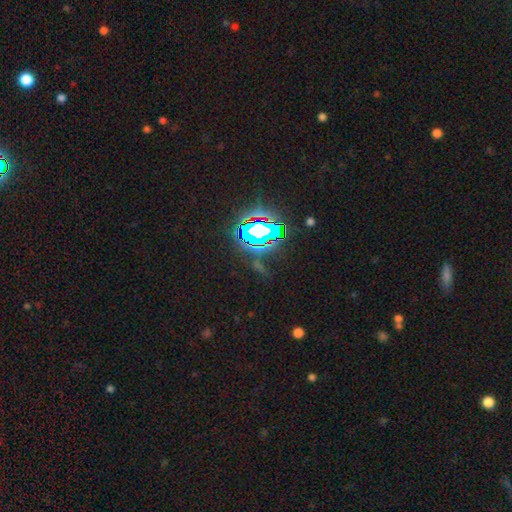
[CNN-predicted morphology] Overall: star or artifact (84%).